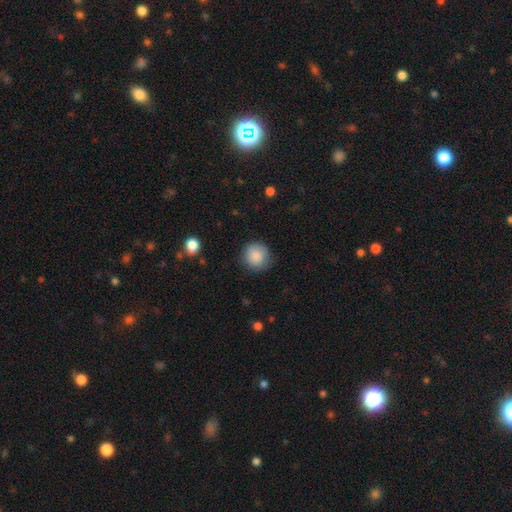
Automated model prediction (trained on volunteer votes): This appears to be a smooth galaxy with no disk features (86%) that is round (92%). Merging: none (80%).